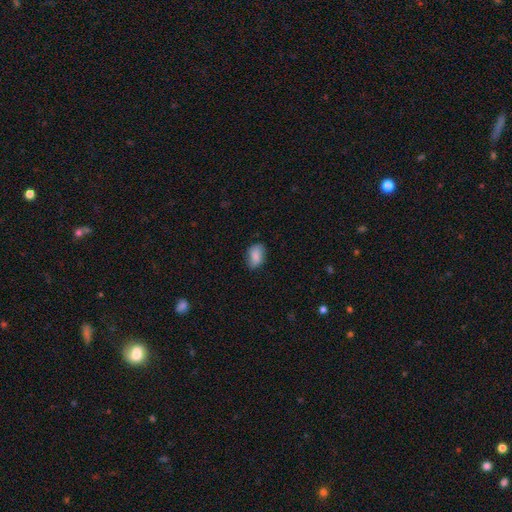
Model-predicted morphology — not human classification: Smooth or featured? smooth (83%)
How rounded? in between (87%)
Merging? none (73%)